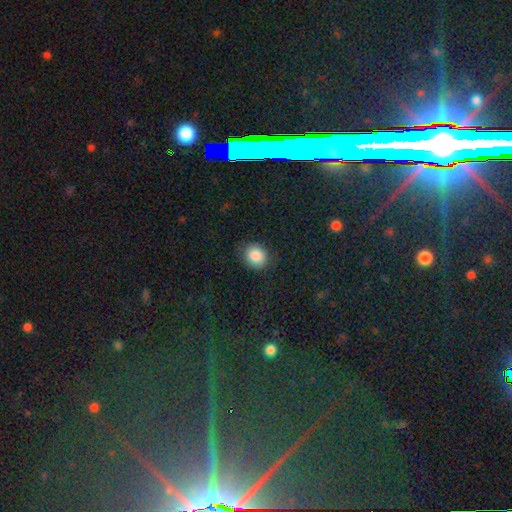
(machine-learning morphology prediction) This is clearly a smooth galaxy (85%). How rounded: likely round (72%). Merging: clearly none (82%).